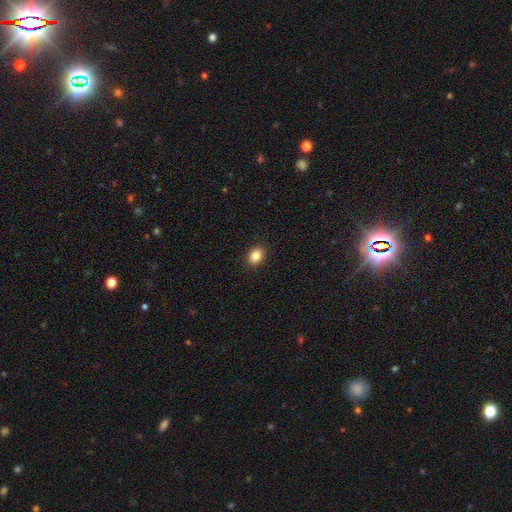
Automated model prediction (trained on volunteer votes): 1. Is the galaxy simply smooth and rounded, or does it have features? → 86% smooth, 9% star or artifact, 5% featured or disk.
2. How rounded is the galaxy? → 70% in between, 29% round, 1% cigar-shaped.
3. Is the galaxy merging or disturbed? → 91% none, 7% minor disturbance, 2% major disturbance, 1% merger.